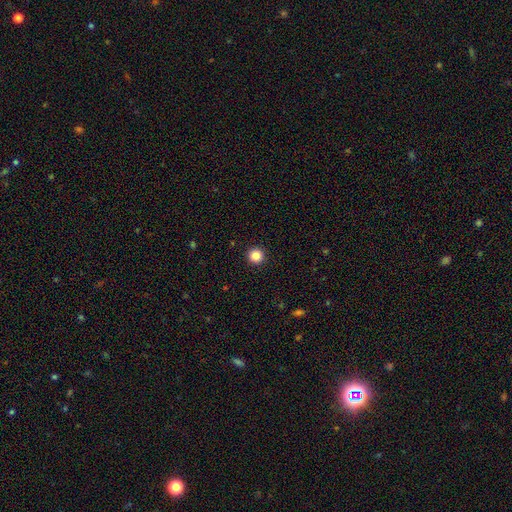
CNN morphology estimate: A smooth galaxy with no disk features (86%) that is round (96%). Merging: none (94%).